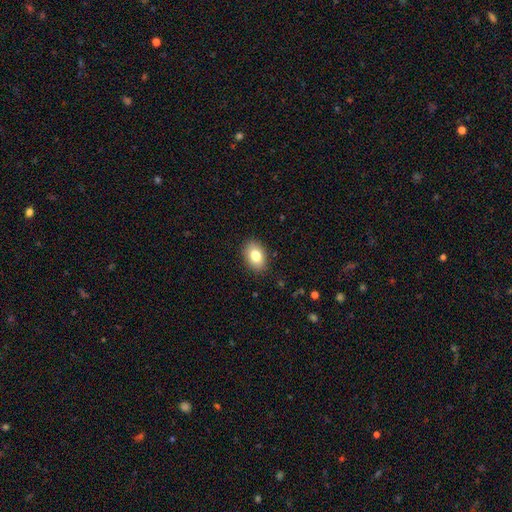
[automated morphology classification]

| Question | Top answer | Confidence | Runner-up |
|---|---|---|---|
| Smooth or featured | smooth | 81% | featured or disk (12%) |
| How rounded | in between | 83% | round (15%) |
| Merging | none | 87% | minor disturbance (10%) |